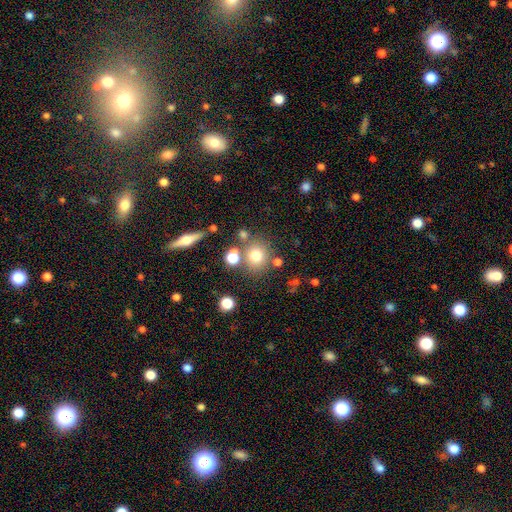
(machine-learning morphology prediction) Smooth or featured? smooth (73%)
How rounded? round (85%)
Merging? none (71%)